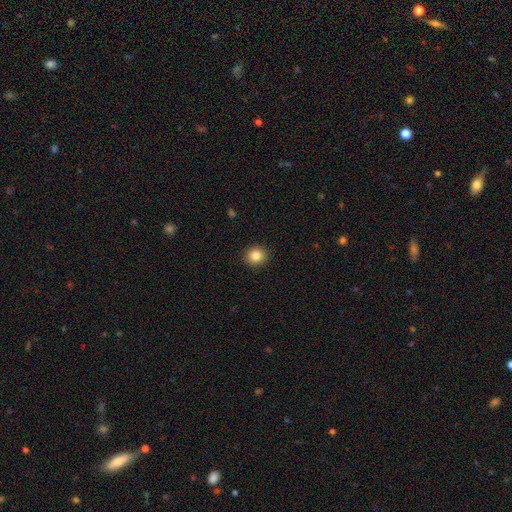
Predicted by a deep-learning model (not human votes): A smooth galaxy with no disk features (84%) that is round (84%).

Vote fractions:
- Smooth or featured? smooth: 84% / star or artifact: 10% / featured or disk: 6%
- How rounded? round: 84% / in between: 15% / cigar-shaped: 1%
- Merging? none: 92% / minor disturbance: 6% / major disturbance: 2% / merger: 1%